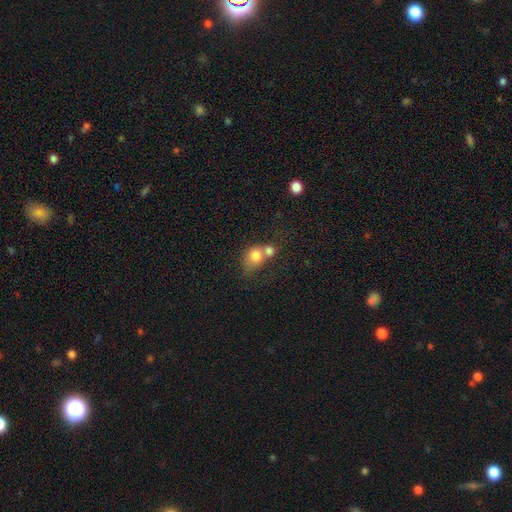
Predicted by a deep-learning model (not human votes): Smooth or featured? smooth (76%)
How rounded? round (59%)
Merging? merger (65%)